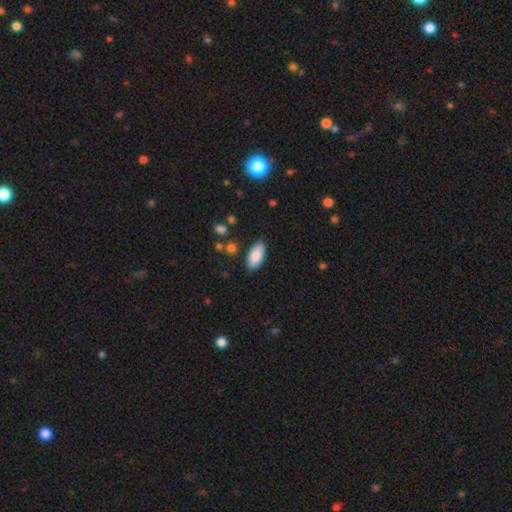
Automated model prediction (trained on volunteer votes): This is clearly a smooth galaxy (87%). How rounded: clearly in between (89%). Merging: clearly none (85%).